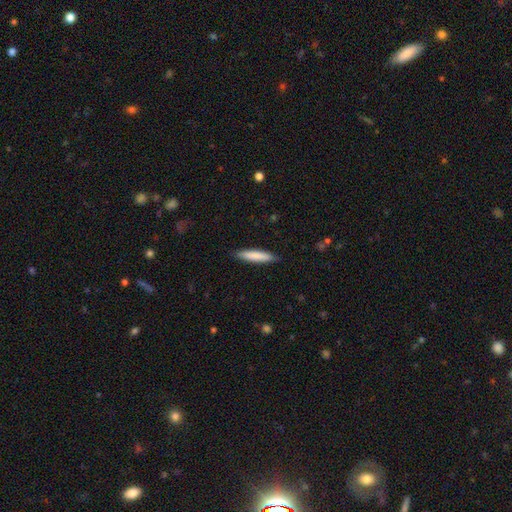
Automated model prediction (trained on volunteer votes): Smooth or featured? smooth (80%)
How rounded? cigar-shaped (87%)
Merging? none (87%)